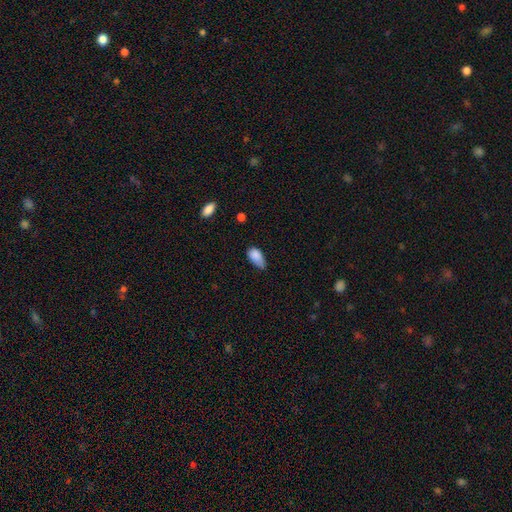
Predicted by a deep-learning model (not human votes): Smooth or featured: smooth — 85% (star or artifact — 8%)
How rounded: in between — 91% (round — 5%)
Merging: minor disturbance — 49% (none — 37%)